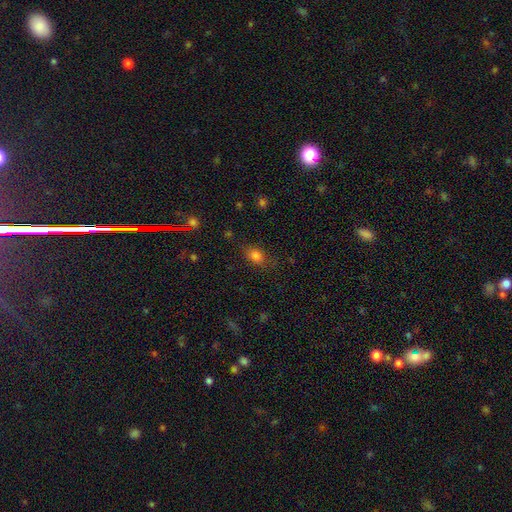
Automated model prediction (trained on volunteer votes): Morphology: type=smooth (77%); roundness=in between (65%); merging=none (76%).